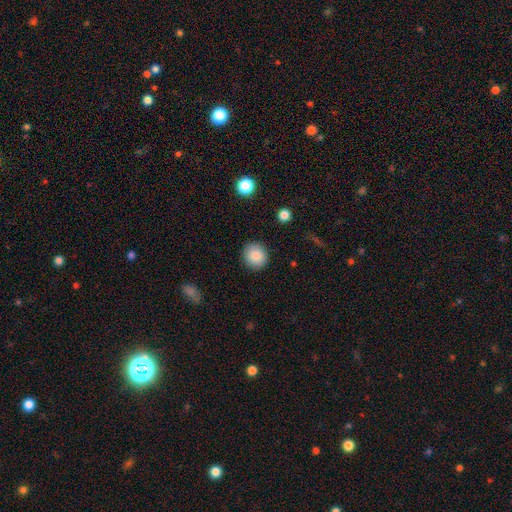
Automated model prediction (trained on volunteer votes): Smooth or featured? Predicted: smooth (p=0.86). How rounded? Predicted: round (p=0.90). Merging? Predicted: none (p=0.90).